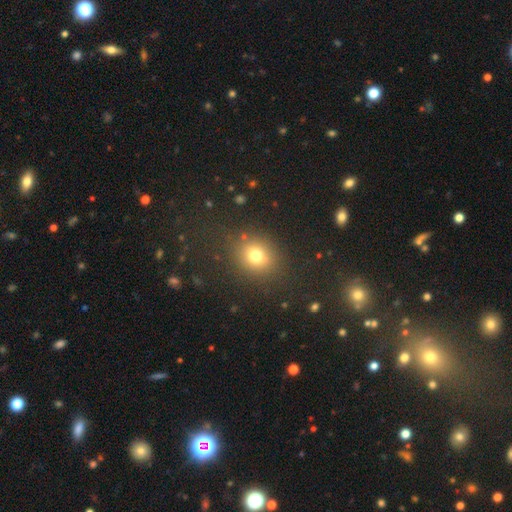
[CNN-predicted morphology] A smooth galaxy with no disk features (74%) that is round (71%).

Vote fractions:
- Smooth or featured? smooth: 74% / star or artifact: 16% / featured or disk: 9%
- How rounded? round: 71% / in between: 27% / cigar-shaped: 1%
- Merging? none: 83% / minor disturbance: 10% / major disturbance: 5% / merger: 3%